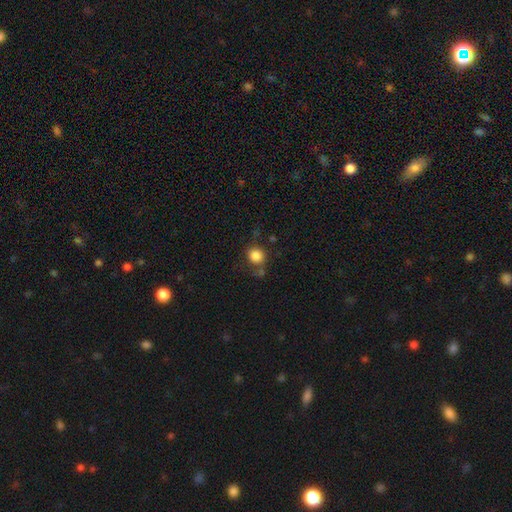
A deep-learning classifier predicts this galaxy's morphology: Smooth or featured?
  - smooth: 84% *
  - star or artifact: 10%
  - featured or disk: 5%
How rounded?
  - round: 86% *
  - in between: 13%
  - cigar-shaped: 1%
Merging?
  - none: 72% *
  - minor disturbance: 14%
  - merger: 8%
  - major disturbance: 6%